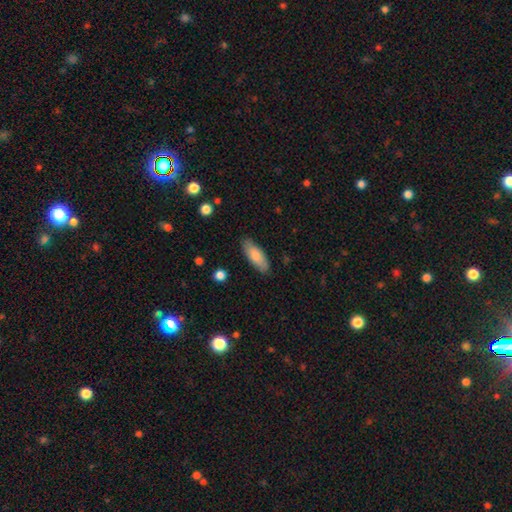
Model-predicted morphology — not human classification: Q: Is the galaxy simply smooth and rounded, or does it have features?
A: smooth — 80%.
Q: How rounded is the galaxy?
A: in between — 72%.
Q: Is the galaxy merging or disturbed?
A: none — 84%.